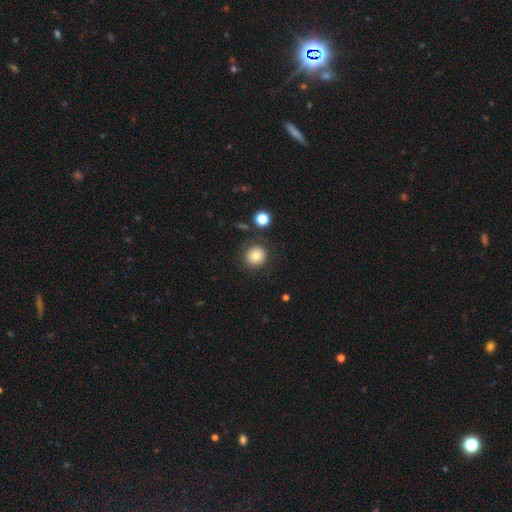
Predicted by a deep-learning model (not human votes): Morphology: type=smooth (82%); roundness=round (91%); merging=none (86%).